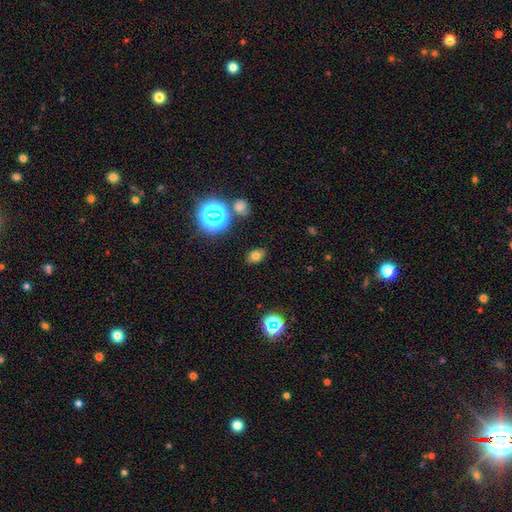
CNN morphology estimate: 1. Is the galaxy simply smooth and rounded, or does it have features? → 70% smooth, 21% star or artifact, 9% featured or disk.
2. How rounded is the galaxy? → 74% in between, 24% round, 1% cigar-shaped.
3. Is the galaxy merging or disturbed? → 84% none, 11% minor disturbance, 3% major disturbance, 2% merger.